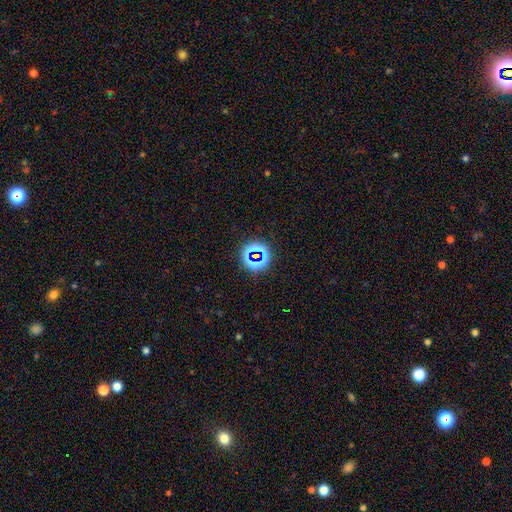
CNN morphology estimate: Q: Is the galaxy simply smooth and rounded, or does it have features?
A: star or artifact — 69%.